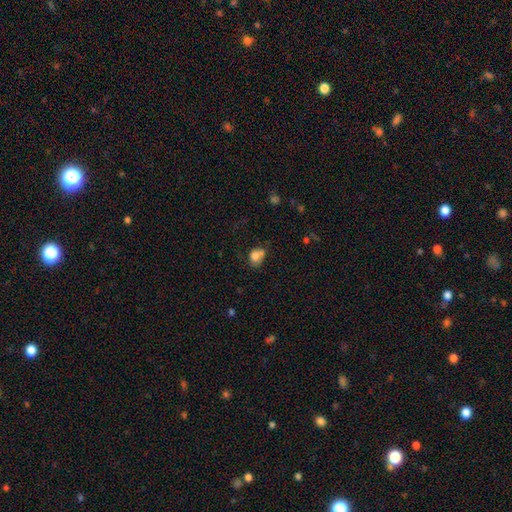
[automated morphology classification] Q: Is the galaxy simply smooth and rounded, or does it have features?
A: smooth — 79%.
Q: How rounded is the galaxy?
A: in between — 51%.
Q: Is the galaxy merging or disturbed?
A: none — 42%.